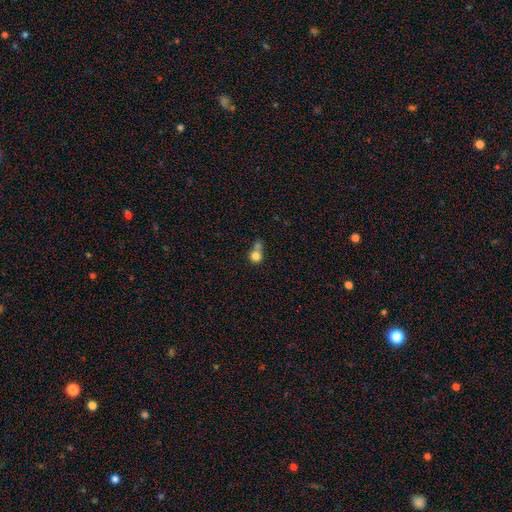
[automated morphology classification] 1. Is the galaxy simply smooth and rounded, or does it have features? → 78% smooth, 12% featured or disk, 11% star or artifact.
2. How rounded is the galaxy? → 81% round, 18% in between, 1% cigar-shaped.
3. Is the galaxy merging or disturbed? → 51% merger, 31% none, 11% minor disturbance, 7% major disturbance.